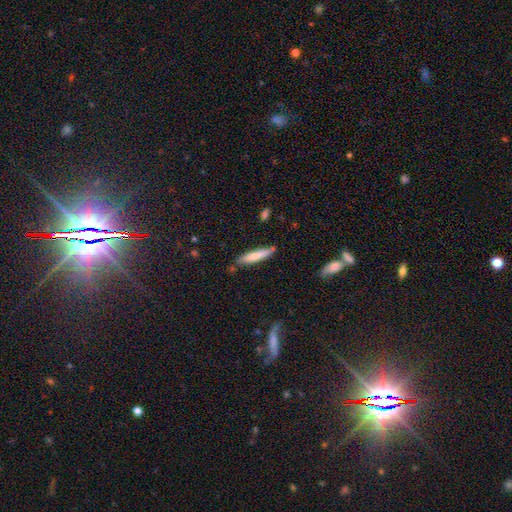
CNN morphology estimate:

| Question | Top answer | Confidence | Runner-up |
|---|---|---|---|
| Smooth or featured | smooth | 77% | featured or disk (17%) |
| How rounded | cigar-shaped | 88% | in between (11%) |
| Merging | none | 78% | minor disturbance (15%) |